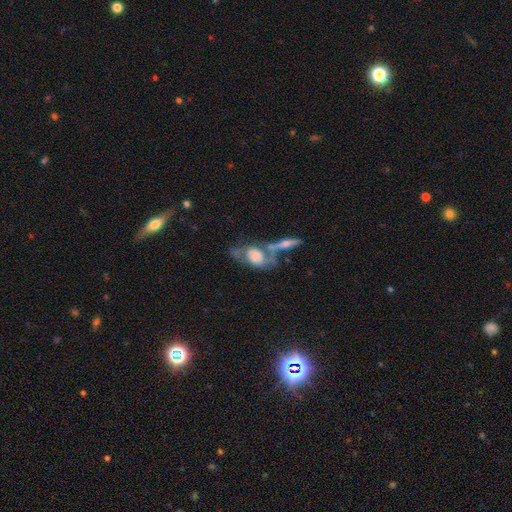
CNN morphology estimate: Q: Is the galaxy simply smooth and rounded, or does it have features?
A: featured or disk — 50%.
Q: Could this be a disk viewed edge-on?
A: no — 66%.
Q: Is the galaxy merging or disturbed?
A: merger — 38%.